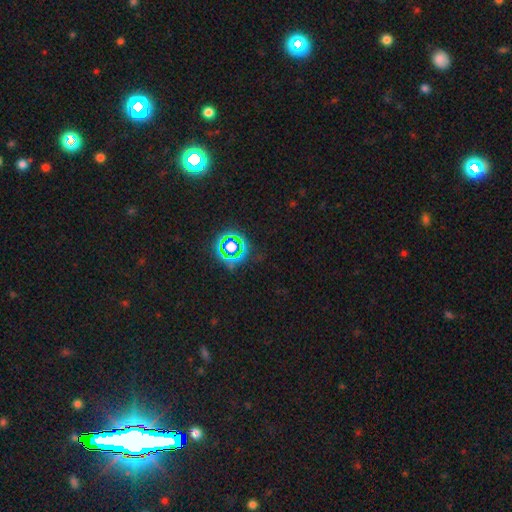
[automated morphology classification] Smooth or featured? star or artifact (75%)